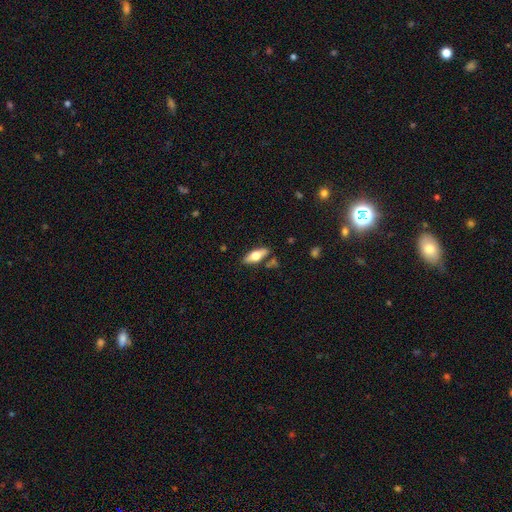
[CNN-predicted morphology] The model was most divided on "smooth or featured": smooth: 52%, featured or disk: 41%, star or artifact: 6%. More confident: merging — none (79%); how rounded — in between (67%).